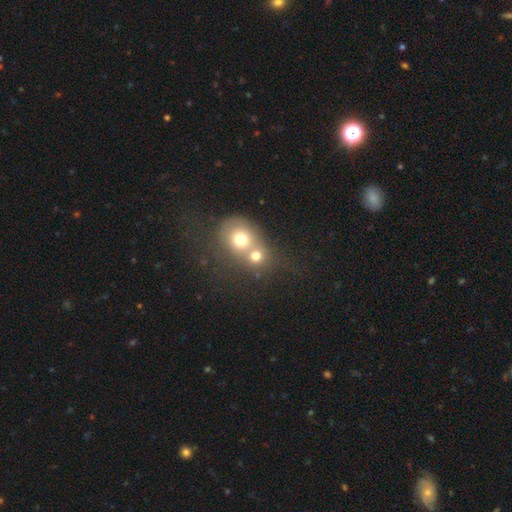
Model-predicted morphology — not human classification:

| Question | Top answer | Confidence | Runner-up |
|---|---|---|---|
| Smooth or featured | smooth | 69% | featured or disk (17%) |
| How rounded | round | 78% | in between (21%) |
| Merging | merger | 61% | none (29%) |